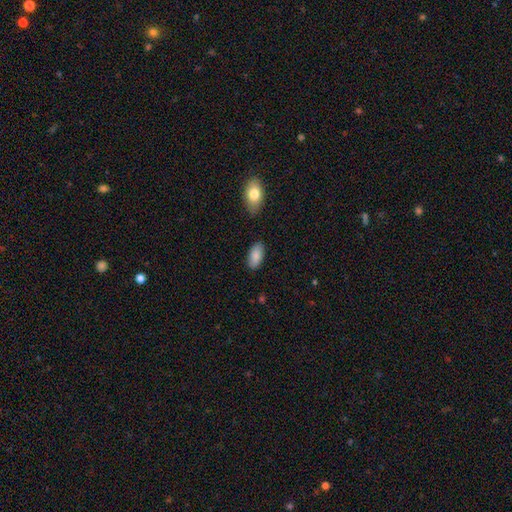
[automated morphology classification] type=smooth (85%); roundness=in between (93%); merging=none (84%).